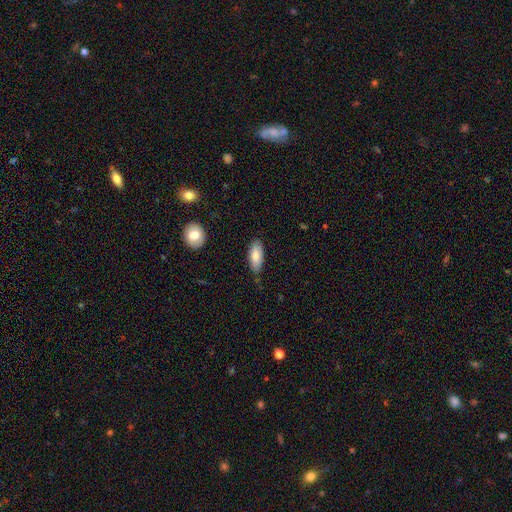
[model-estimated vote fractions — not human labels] Smooth or featured? smooth (80%)
How rounded? in between (82%)
Merging? none (77%)